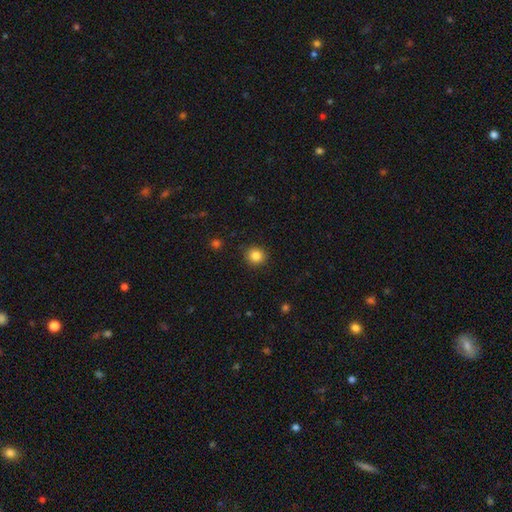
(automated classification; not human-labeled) This appears to be a smooth galaxy with no disk features (84%) that is round (90%). Merging: none (90%).